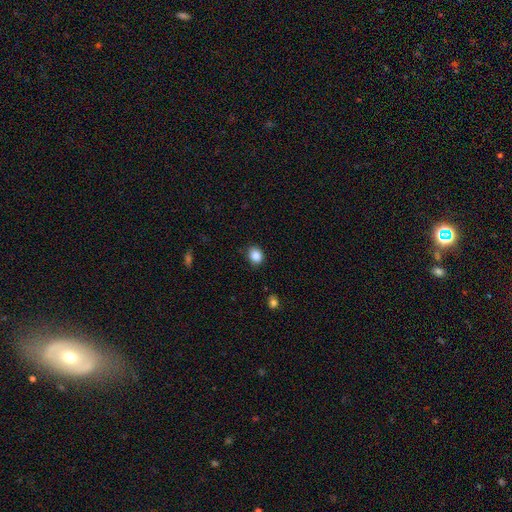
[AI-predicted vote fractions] A smooth galaxy with no disk features (86%) that is round (60%). Merging: none (86%).